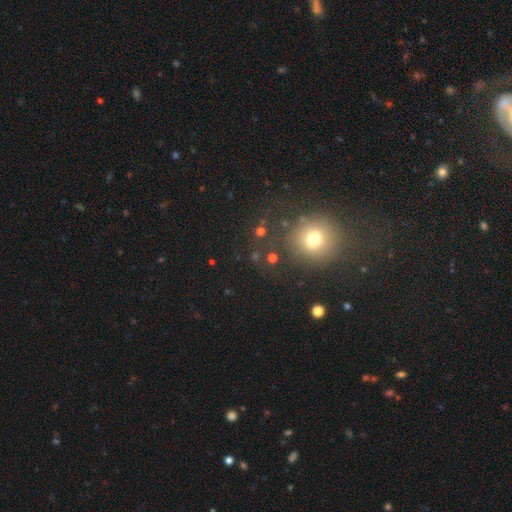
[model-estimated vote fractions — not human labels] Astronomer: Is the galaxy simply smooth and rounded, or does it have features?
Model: smooth — 55% (runner-up: star or artifact, 37%).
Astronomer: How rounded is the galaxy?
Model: round — 86%.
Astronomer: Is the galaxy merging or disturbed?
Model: none — 82%.